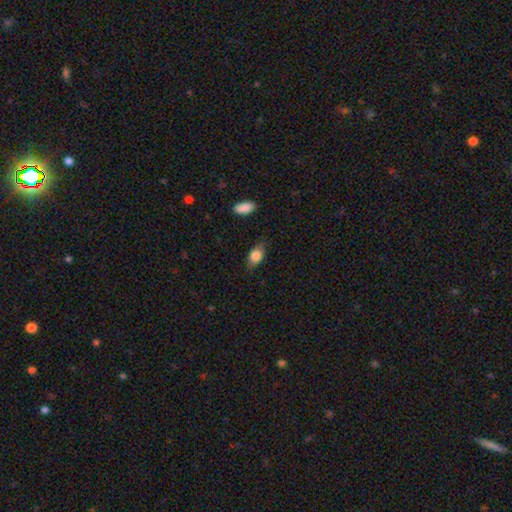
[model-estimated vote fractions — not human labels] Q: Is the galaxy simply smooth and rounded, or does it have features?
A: smooth — 79%.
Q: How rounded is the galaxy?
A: in between — 85%.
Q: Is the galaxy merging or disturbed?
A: none — 76%.